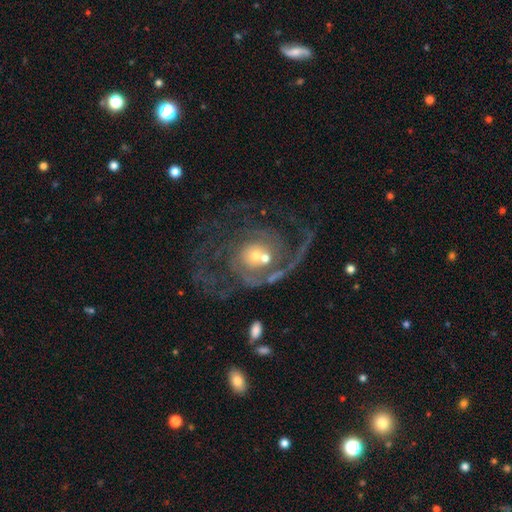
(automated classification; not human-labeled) smooth_or_featured: featured or disk (p=0.84) [alt: smooth p=0.09]
disk_edge_on: no (p=0.98) [alt: yes p=0.02]
bar: no (p=0.79) [alt: weak p=0.16]
has_spiral_arms: yes (p=0.92) [alt: no p=0.08]
spiral_winding: medium (p=0.39) [alt: tight p=0.37]
spiral_arm_count: 2 (p=0.42) [alt: can't tell p=0.19]
bulge_size: small (p=0.52) [alt: moderate p=0.37]
merging: none (p=0.42) [alt: major disturbance p=0.27]